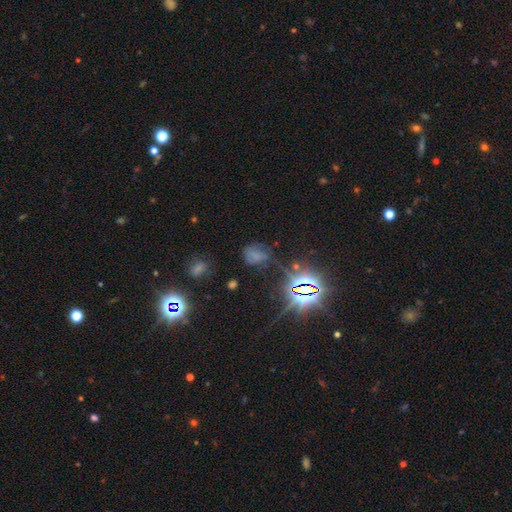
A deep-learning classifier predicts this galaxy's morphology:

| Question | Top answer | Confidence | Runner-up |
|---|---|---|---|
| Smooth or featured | smooth | 40% | star or artifact (37%) |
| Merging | none | 45% | minor disturbance (26%) |